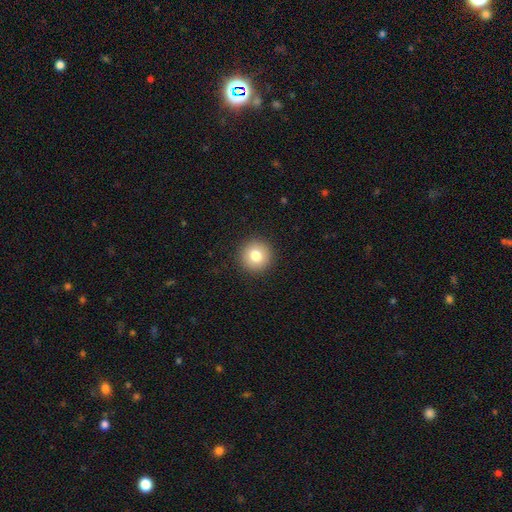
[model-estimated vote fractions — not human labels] Smooth or featured? smooth (79%)
How rounded? round (95%)
Merging? none (93%)